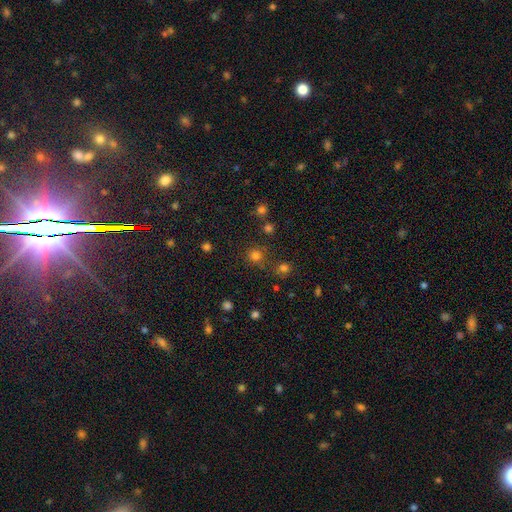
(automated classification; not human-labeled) Overall: smooth (75%). How rounded: round (91%). Merging: none (77%).